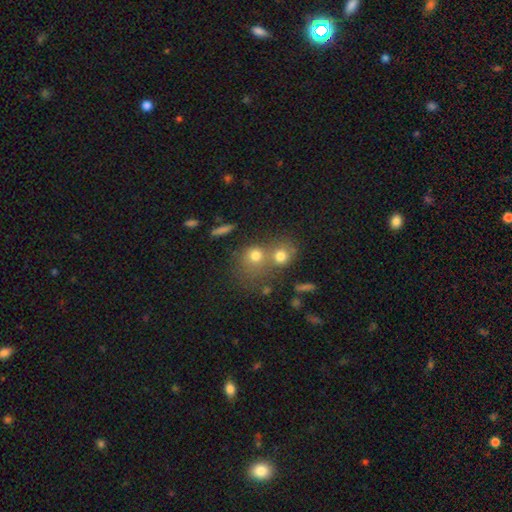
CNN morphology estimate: Smooth or featured: smooth — 73% (featured or disk — 14%)
How rounded: round — 77% (in between — 21%)
Merging: merger — 52% (none — 35%)